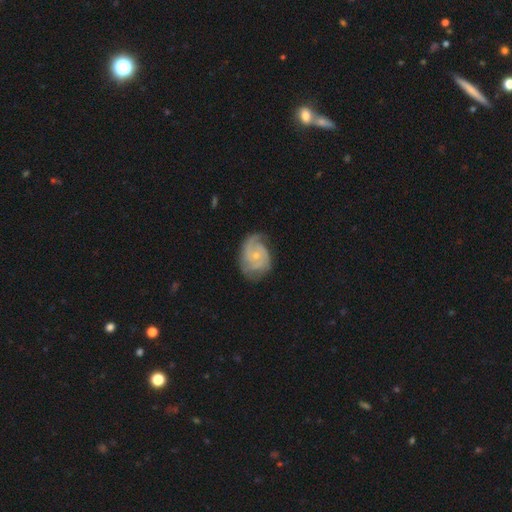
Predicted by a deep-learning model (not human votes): Morphology: type=featured or disk (83%); edge-on=no (98%); bar=no (72%); spiral arms=yes (95%); winding=tight (45%); arm count=2 (52%); bulge=small (63%); merging=none (61%).